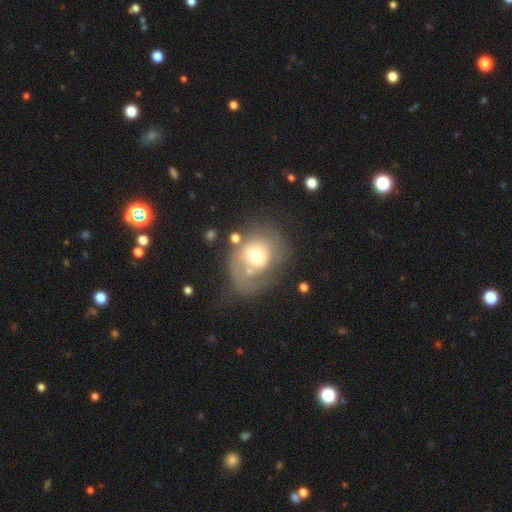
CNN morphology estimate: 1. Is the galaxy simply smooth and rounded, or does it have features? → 47% smooth, 43% featured or disk, 9% star or artifact.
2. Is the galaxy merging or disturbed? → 36% none, 29% major disturbance, 24% minor disturbance, 12% merger.